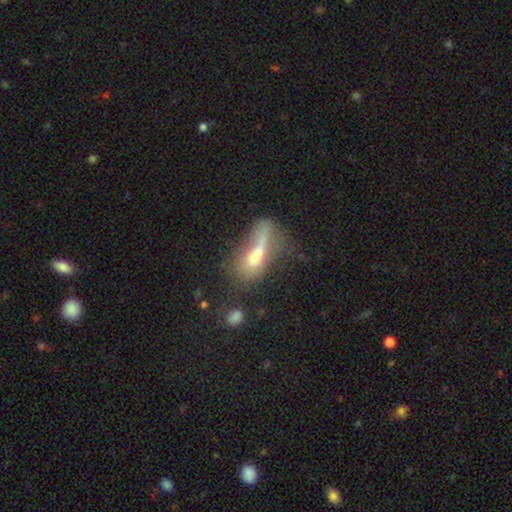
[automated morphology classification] A smooth galaxy with no disk features (47%).

Vote fractions:
- Smooth or featured? smooth: 47% / featured or disk: 38% / star or artifact: 15%
- Merging? major disturbance: 34% / none: 29% / minor disturbance: 23% / merger: 15%